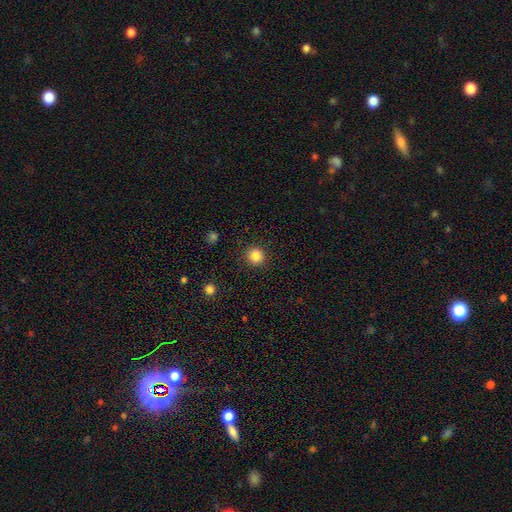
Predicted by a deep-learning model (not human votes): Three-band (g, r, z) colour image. It shows a smooth galaxy with no disk features (85%) that is round (91%). Merging: none (91%).